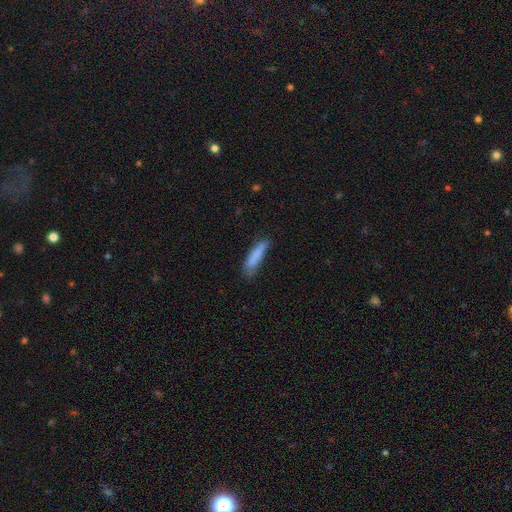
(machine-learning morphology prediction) Q: Smooth or featured?
A: smooth (83%); runner-up: featured or disk (10%)
Q: How rounded?
A: cigar-shaped (80%); runner-up: in between (19%)
Q: Merging?
A: none (69%); runner-up: minor disturbance (24%)